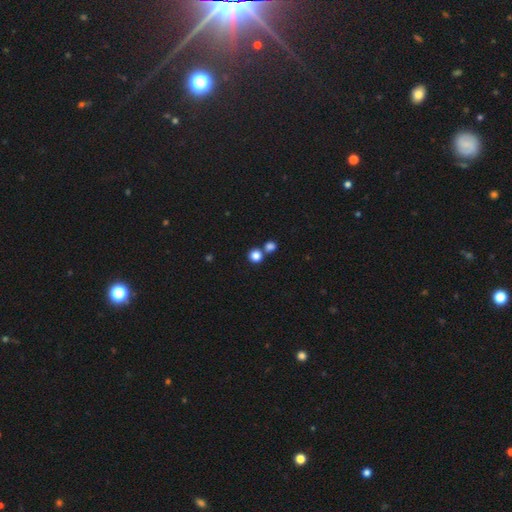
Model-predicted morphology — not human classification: smooth_or_featured: smooth (p=0.84) [alt: star or artifact p=0.11]
how_rounded: round (p=0.90) [alt: in between p=0.09]
merging: none (p=0.62) [alt: merger p=0.29]